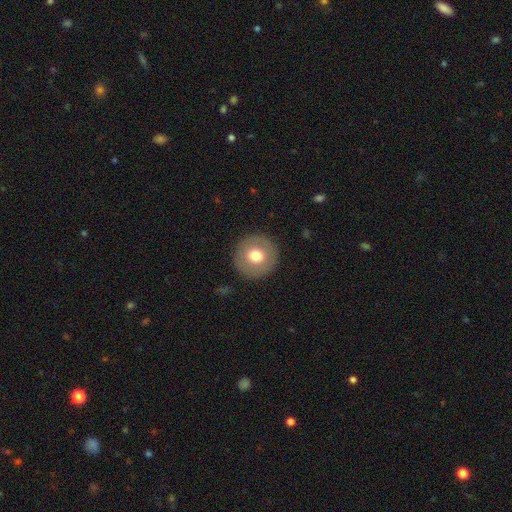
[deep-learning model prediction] smooth_or_featured: smooth (p=0.70) [alt: featured or disk p=0.22]
how_rounded: round (p=0.95) [alt: in between p=0.04]
merging: none (p=0.91) [alt: minor disturbance p=0.06]